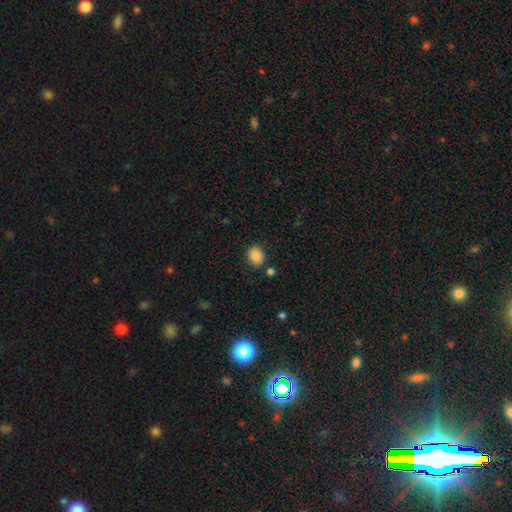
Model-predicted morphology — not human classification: smooth 85%, star or artifact 9%, featured or disk 6%. Down the decision tree: how rounded — round (58%); merging — none (84%).